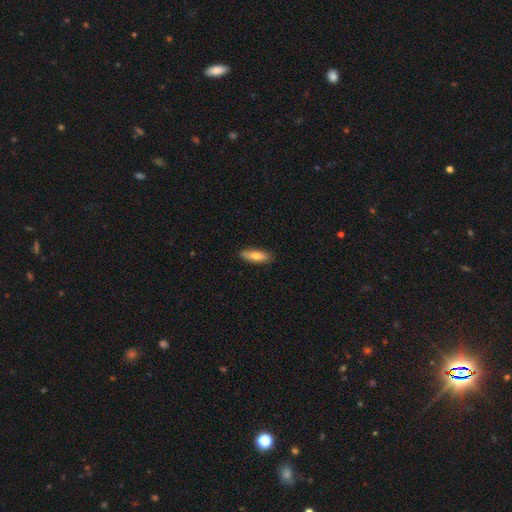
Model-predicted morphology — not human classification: smooth_or_featured: smooth (p=0.74) [alt: featured or disk p=0.20]
how_rounded: in between (p=0.55) [alt: cigar-shaped p=0.42]
merging: none (p=0.88) [alt: minor disturbance p=0.09]